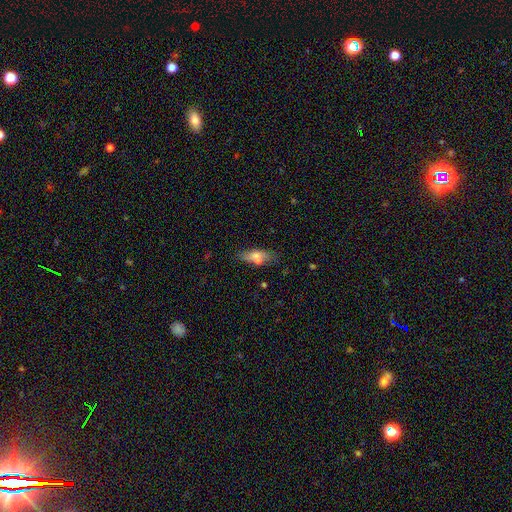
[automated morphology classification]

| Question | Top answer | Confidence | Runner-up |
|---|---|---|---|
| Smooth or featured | smooth | 67% | featured or disk (23%) |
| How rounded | in between | 62% | cigar-shaped (35%) |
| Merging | none | 64% | minor disturbance (19%) |